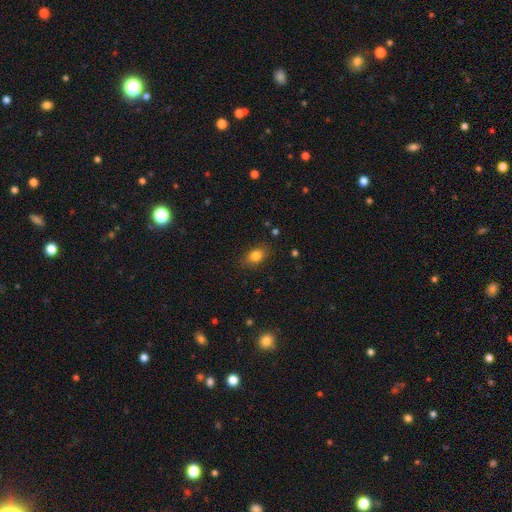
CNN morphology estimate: Q: Smooth or featured?
A: smooth (82%); runner-up: star or artifact (10%)
Q: How rounded?
A: in between (74%); runner-up: round (24%)
Q: Merging?
A: none (84%); runner-up: minor disturbance (12%)